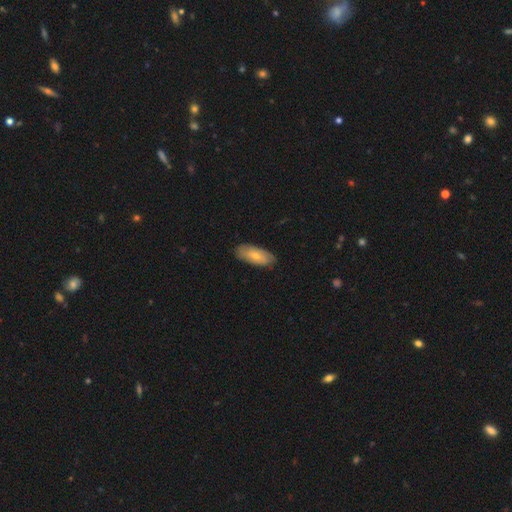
Volunteers were most divided on "smooth or featured": smooth: 78%, featured or disk: 19%, star or artifact: 3%. More confident: how rounded — in between (86%); merging — none (81%).